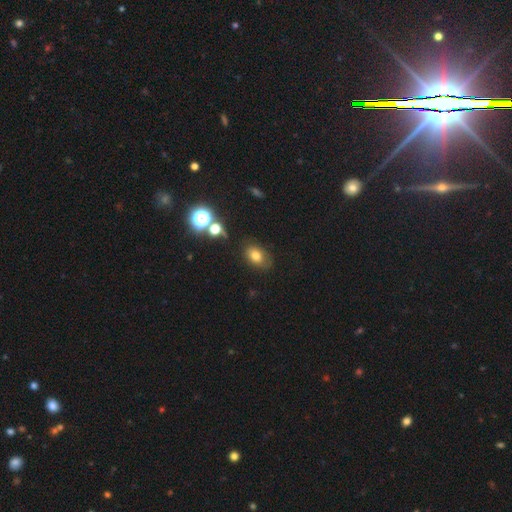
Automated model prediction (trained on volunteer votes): smooth-or-featured: smooth: 73% | star or artifact: 16% | featured or disk: 11%
  how-rounded: in between: 76% | round: 23% | cigar-shaped: 1%
  merging: none: 77% | minor disturbance: 15% | major disturbance: 5% | merger: 3%